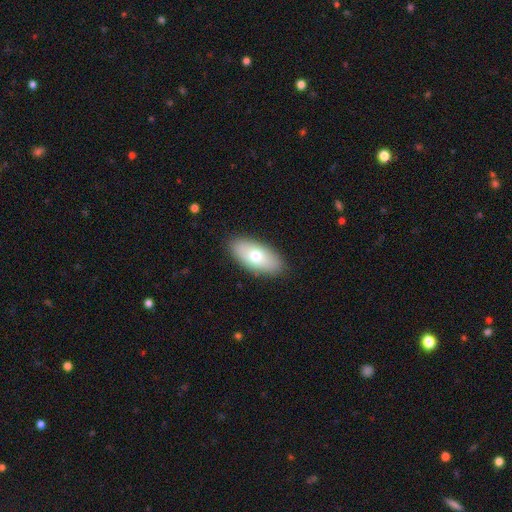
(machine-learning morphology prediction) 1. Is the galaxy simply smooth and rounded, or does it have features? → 71% smooth, 23% featured or disk, 6% star or artifact.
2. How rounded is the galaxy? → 90% in between, 7% cigar-shaped, 3% round.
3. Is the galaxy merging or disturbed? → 88% none, 9% minor disturbance, 2% major disturbance, 1% merger.